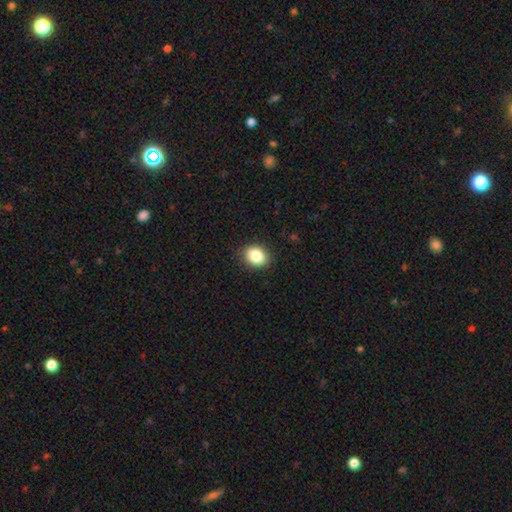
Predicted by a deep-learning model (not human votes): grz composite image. It shows a smooth galaxy with no disk features (86%) that is in between round and cigar-shaped (51%). Merging: none (88%).